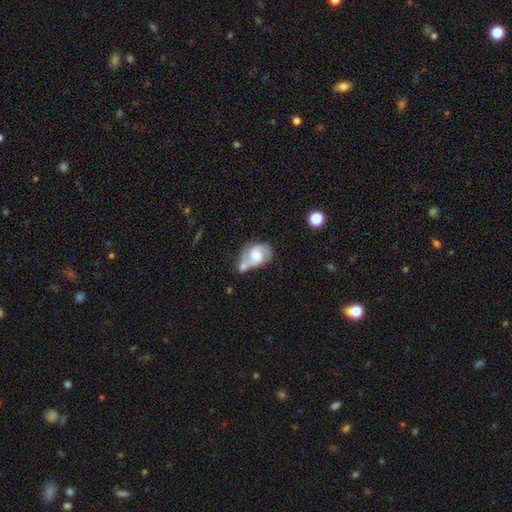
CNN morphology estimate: Q: Smooth or featured?
A: featured or disk (63%); runner-up: smooth (30%)
Q: Edge-on disk?
A: no (97%); runner-up: yes (3%)
Q: Bar?
A: no (63%); runner-up: weak (31%)
Q: Spiral arms?
A: yes (87%); runner-up: no (13%)
Q: Spiral winding?
A: medium (46%); runner-up: tight (37%)
Q: Spiral arm count?
A: 2 (76%); runner-up: can't tell (11%)
Q: Bulge size?
A: moderate (37%); runner-up: large (27%)
Q: Merging?
A: merger (38%); runner-up: none (30%)